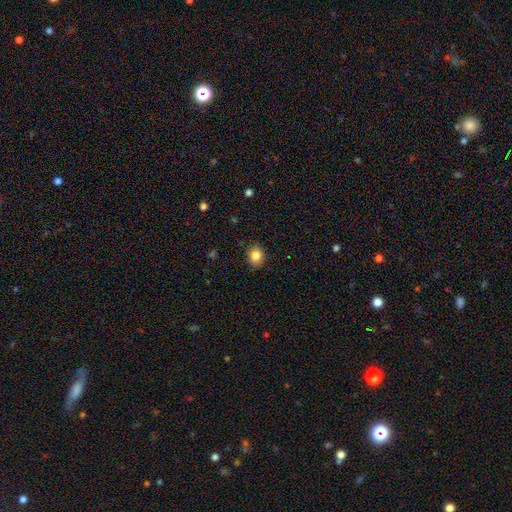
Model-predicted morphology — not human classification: Overall: smooth (84%). How rounded: round (60%; in between 39%). Merging: none (85%).